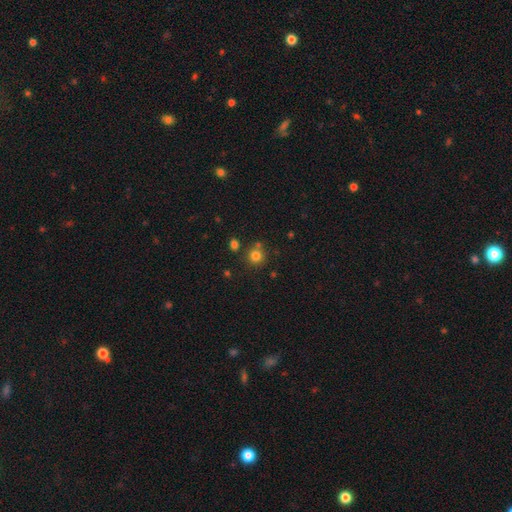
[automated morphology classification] Smooth or featured: smooth — 79% (star or artifact — 14%)
How rounded: round — 91% (in between — 8%)
Merging: none — 76% (merger — 12%)